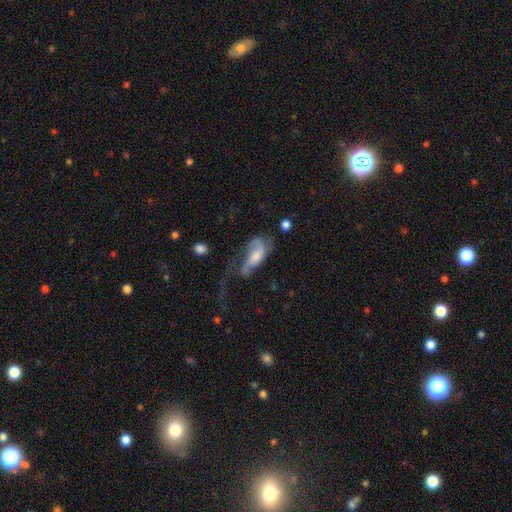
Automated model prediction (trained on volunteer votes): featured or disk 60%, smooth 32%, star or artifact 8%. Down the decision tree: edge-on disk — no (88%); bar — no (58%); spiral arms — yes (77%); bulge size — moderate (46%); merging — major disturbance (54%).